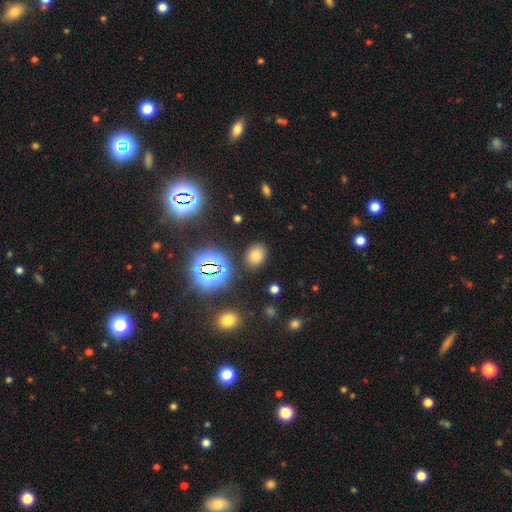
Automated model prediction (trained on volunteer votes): Smooth or featured: smooth — 70% (star or artifact — 23%)
How rounded: in between — 61% (round — 38%)
Merging: none — 84% (minor disturbance — 10%)